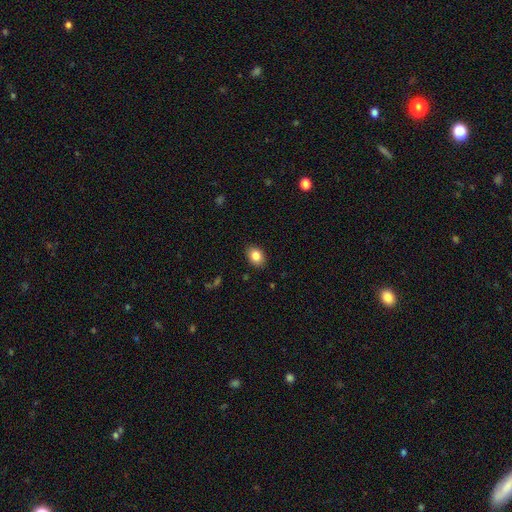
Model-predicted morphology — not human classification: smooth_or_featured: smooth (p=0.84) [alt: star or artifact p=0.09]
how_rounded: in between (p=0.71) [alt: round p=0.28]
merging: none (p=0.88) [alt: minor disturbance p=0.09]